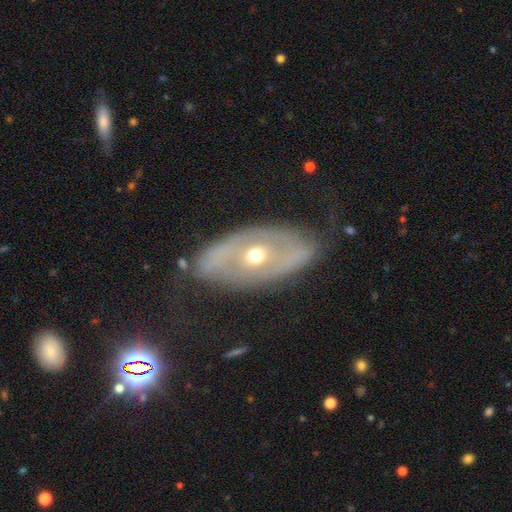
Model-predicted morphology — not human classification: A featured or disk galaxy (72%) with no bar (72%), no spiral arms (60%) and a moderate central bulge (63%).

Vote fractions:
- Smooth or featured? featured or disk: 72% / smooth: 22% / star or artifact: 6%
- Edge-on disk? no: 88% / yes: 12%
- Bar? no: 72% / weak: 19% / strong: 9%
- Spiral arms? no: 60% / yes: 40%
- Bulge size? moderate: 63% / small: 32% / large: 3% / dominant: 1% / none: 1%
- Merging? none: 66% / minor disturbance: 21% / major disturbance: 11% / merger: 2%